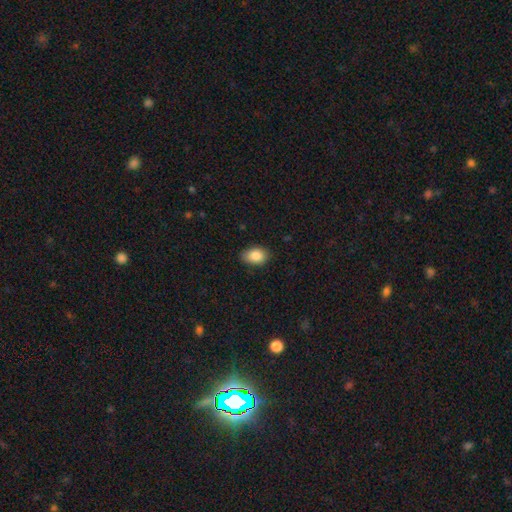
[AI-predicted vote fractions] smooth-or-featured: smooth: 86% | star or artifact: 8% | featured or disk: 6%
  how-rounded: in between: 83% | round: 16% | cigar-shaped: 1%
  merging: none: 82% | minor disturbance: 14% | major disturbance: 2% | merger: 1%